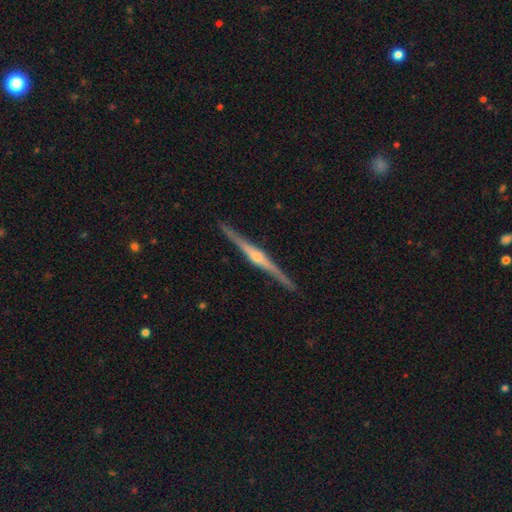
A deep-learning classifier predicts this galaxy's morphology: Smooth or featured: featured or disk — 88% (smooth — 7%)
Edge-on disk: yes — 99% (no — 1%)
Edge-on bulge: rounded — 86% (boxy — 7%)
Merging: none — 92% (minor disturbance — 5%)